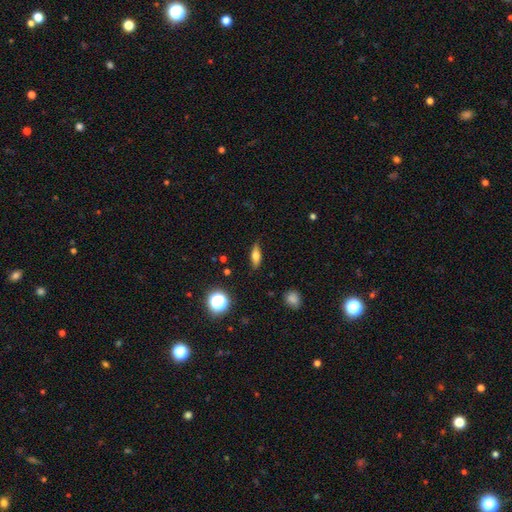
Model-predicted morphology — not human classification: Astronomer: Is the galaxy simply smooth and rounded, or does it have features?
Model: smooth — 58%.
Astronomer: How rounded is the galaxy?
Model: in between — 58% (runner-up: cigar-shaped, 35%).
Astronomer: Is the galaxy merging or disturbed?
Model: none — 84%.